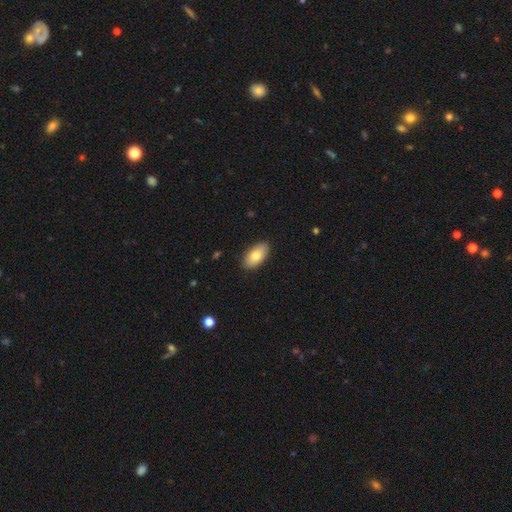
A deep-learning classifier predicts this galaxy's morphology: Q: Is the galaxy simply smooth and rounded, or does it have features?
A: smooth — 78%.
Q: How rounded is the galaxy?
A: in between — 94%.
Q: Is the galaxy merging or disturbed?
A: none — 88%.